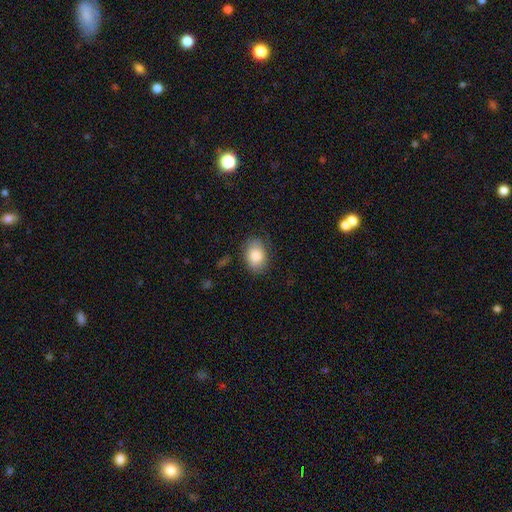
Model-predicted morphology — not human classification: Smooth or featured? smooth (84%)
How rounded? in between (79%)
Merging? none (80%)